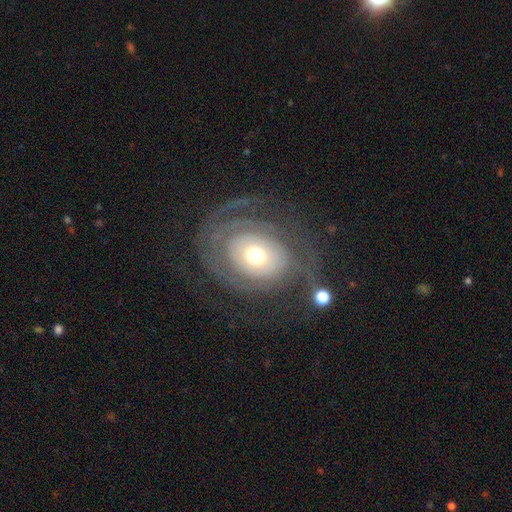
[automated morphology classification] A featured or disk galaxy (69%) with no bar (87%), spiral arms (68%) and a moderate central bulge (62%). Merging: none (58%).